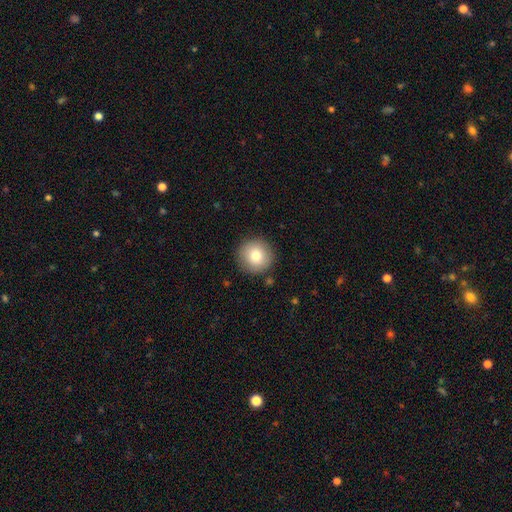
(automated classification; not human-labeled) Overall: smooth (79%). How rounded: round (95%). Merging: none (90%).